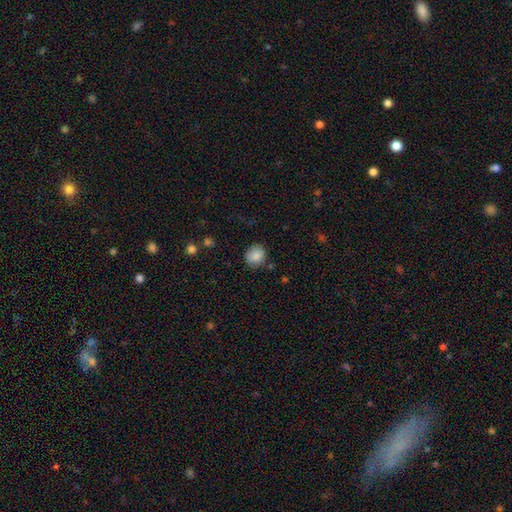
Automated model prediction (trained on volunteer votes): This is clearly a smooth galaxy (85%). How rounded: likely round (74%). Merging: likely none (78%).